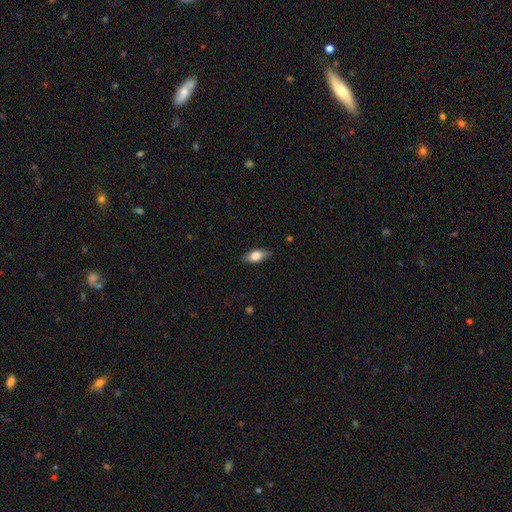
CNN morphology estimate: A smooth galaxy with no disk features (67%) that is in between round and cigar-shaped (81%).

Vote fractions:
- Smooth or featured? smooth: 67% / featured or disk: 26% / star or artifact: 7%
- How rounded? in between: 81% / cigar-shaped: 15% / round: 4%
- Merging? none: 83% / minor disturbance: 13% / major disturbance: 3% / merger: 1%